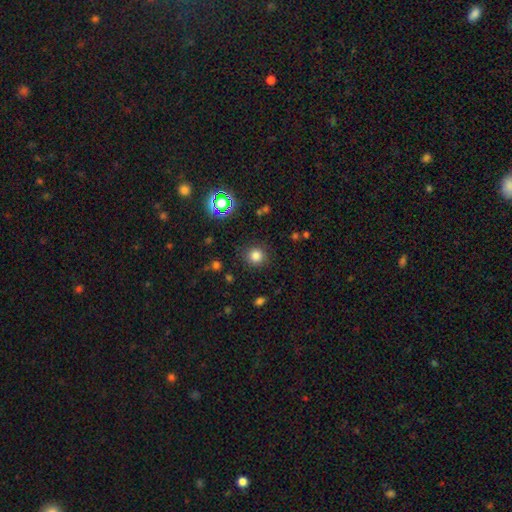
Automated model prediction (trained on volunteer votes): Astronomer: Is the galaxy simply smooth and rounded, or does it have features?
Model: smooth — 78%.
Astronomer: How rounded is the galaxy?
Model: round — 92%.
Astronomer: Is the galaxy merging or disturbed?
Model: none — 87%.